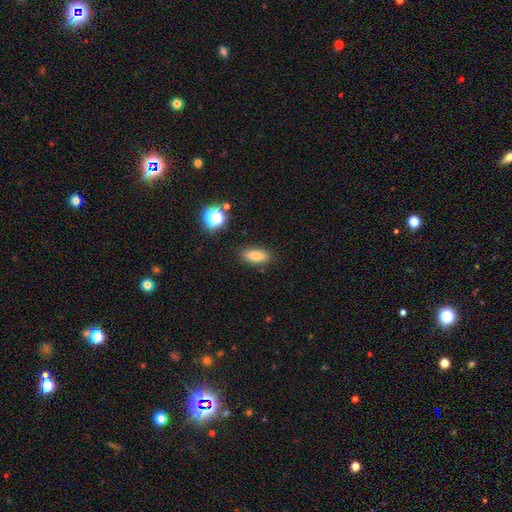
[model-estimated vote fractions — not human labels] Smooth or featured: smooth — 77% (featured or disk — 12%)
How rounded: in between — 76% (cigar-shaped — 19%)
Merging: none — 86% (minor disturbance — 9%)